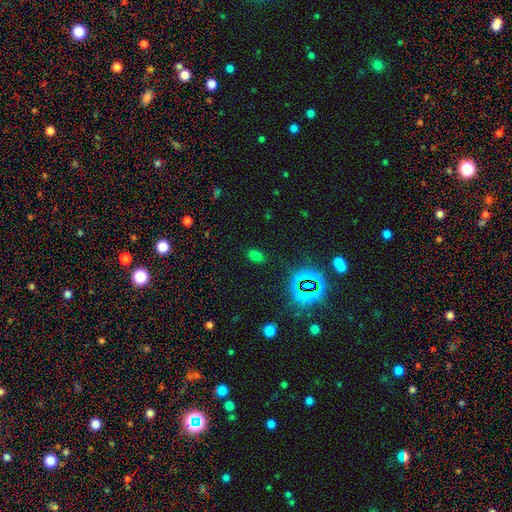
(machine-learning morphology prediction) Smooth or featured: smooth — 61% (star or artifact — 32%)
How rounded: in between — 84% (round — 14%)
Merging: none — 84% (minor disturbance — 10%)